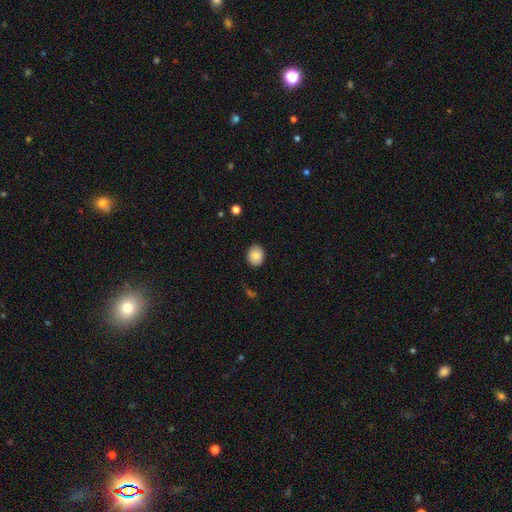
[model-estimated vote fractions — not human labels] Overall: smooth (85%). How rounded: round (56%; in between 43%). Merging: none (87%).